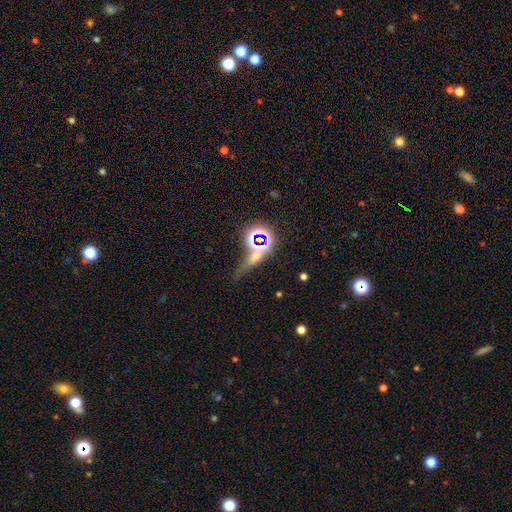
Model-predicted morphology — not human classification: Smooth or featured: star or artifact — 49% (smooth — 33%)